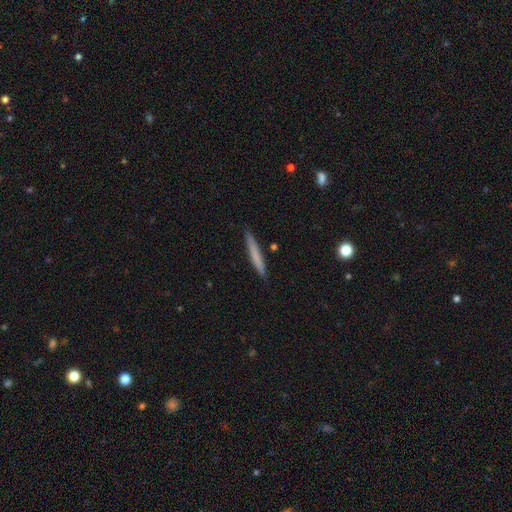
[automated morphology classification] Q: Smooth or featured?
A: smooth (69%); runner-up: featured or disk (25%)
Q: How rounded?
A: cigar-shaped (96%); runner-up: in between (3%)
Q: Merging?
A: none (90%); runner-up: minor disturbance (7%)